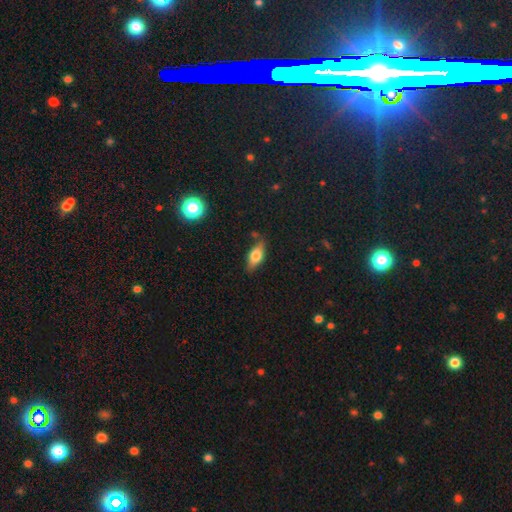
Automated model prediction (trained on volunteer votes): Smooth or featured? Predicted: smooth (p=0.61). How rounded? Predicted: in between (p=0.75). Merging? Predicted: none (p=0.80).